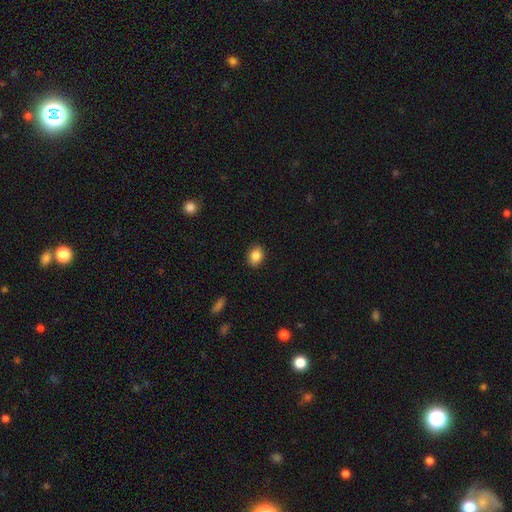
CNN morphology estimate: This is clearly a smooth galaxy (85%). How rounded: possibly in between (57%). Merging: clearly none (88%).